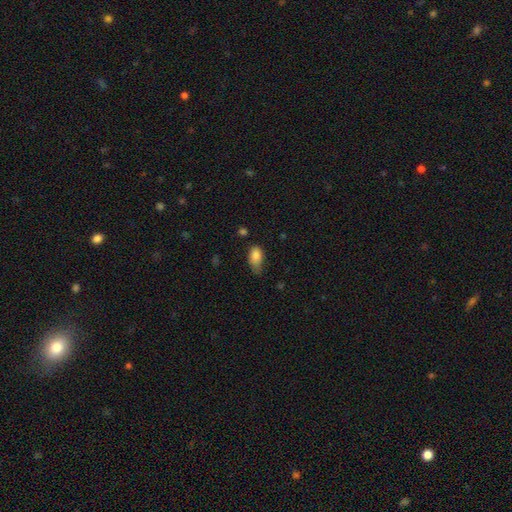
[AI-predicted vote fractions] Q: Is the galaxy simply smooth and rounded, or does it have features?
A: smooth — 84%.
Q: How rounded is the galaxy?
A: in between — 89%.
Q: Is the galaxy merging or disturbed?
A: minor disturbance — 44%.